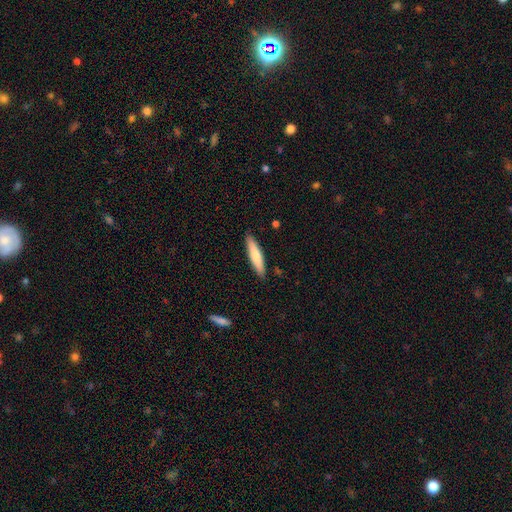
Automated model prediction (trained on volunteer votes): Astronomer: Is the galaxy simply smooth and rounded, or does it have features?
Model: smooth — 71%.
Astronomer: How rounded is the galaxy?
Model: cigar-shaped — 83%.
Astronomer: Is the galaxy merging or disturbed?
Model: none — 90%.